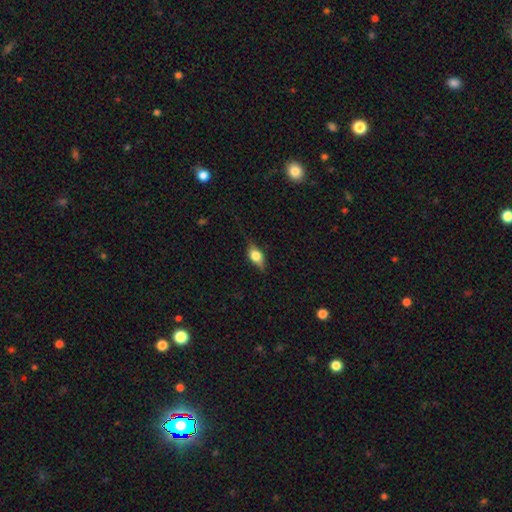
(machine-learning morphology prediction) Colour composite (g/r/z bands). It shows a smooth galaxy with no disk features (61%) that is in between round and cigar-shaped (76%). Merging: none (69%).